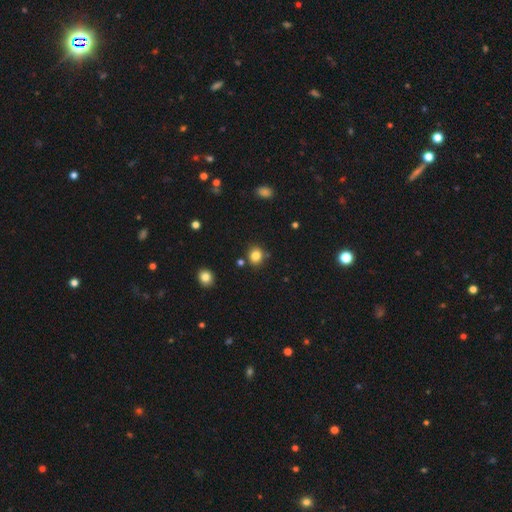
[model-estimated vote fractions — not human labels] Morphology: type=smooth (82%); roundness=round (70%); merging=none (80%).